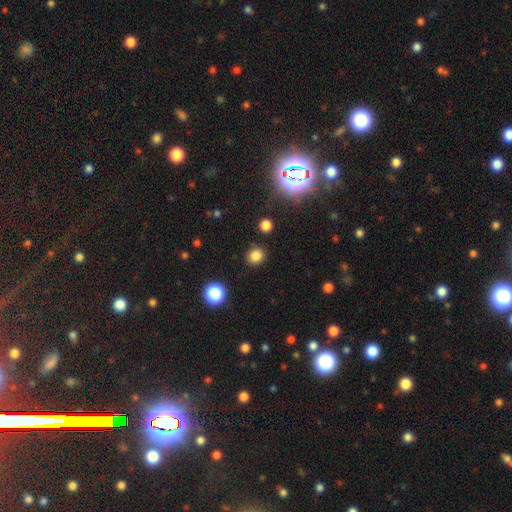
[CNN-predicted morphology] smooth-or-featured: smooth: 82% | star or artifact: 14% | featured or disk: 4%
  how-rounded: round: 85% | in between: 14% | cigar-shaped: 1%
  merging: none: 89% | minor disturbance: 6% | major disturbance: 2% | merger: 2%